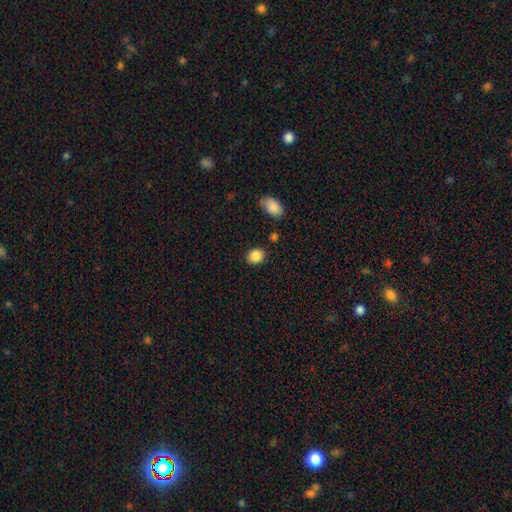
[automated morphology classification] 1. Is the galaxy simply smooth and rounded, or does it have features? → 87% smooth, 9% star or artifact, 4% featured or disk.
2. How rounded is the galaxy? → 57% round, 42% in between, 1% cigar-shaped.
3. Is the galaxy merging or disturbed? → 85% none, 9% minor disturbance, 3% merger, 3% major disturbance.